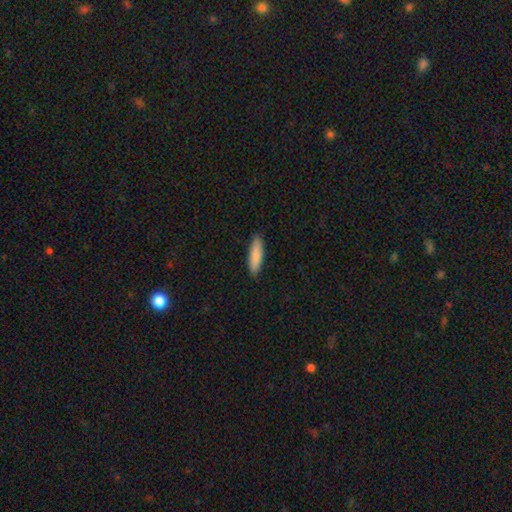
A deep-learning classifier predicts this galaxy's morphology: Smooth or featured? Predicted: smooth (p=0.87). How rounded? Predicted: cigar-shaped (p=0.64). Merging? Predicted: none (p=0.89).